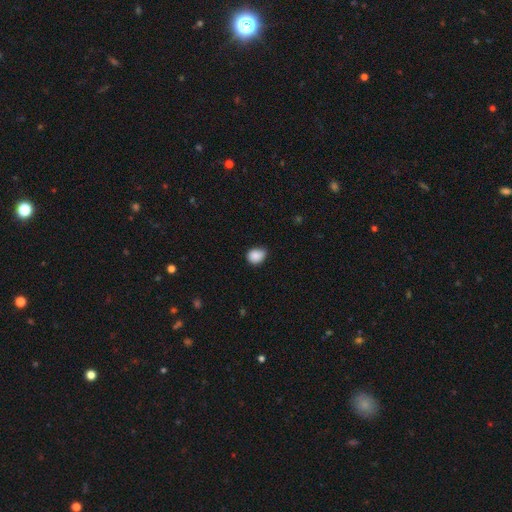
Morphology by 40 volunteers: Volunteers were most divided on "merging": none: 58%, minor disturbance: 34%, major disturbance: 5%, merger: 3%. More confident: smooth or featured — smooth (95%); how rounded — round (74%).